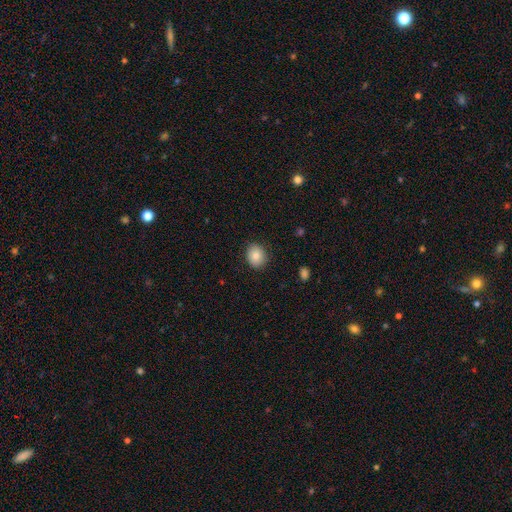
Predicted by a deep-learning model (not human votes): Smooth or featured? Predicted: smooth (p=0.83). How rounded? Predicted: round (p=0.62). Merging? Predicted: none (p=0.87).